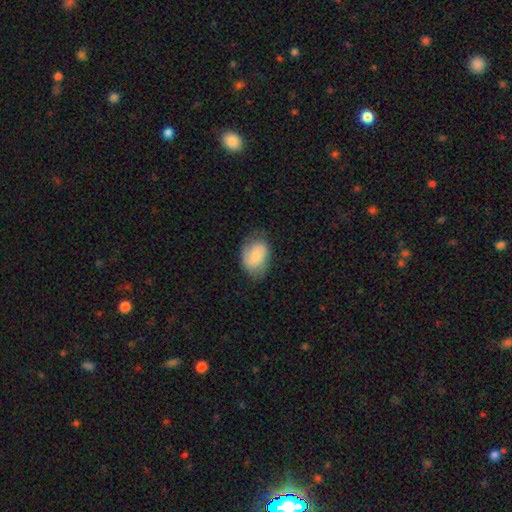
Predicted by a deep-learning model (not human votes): A smooth galaxy with no disk features (61%) that is in between round and cigar-shaped (77%). Merging: none (70%).